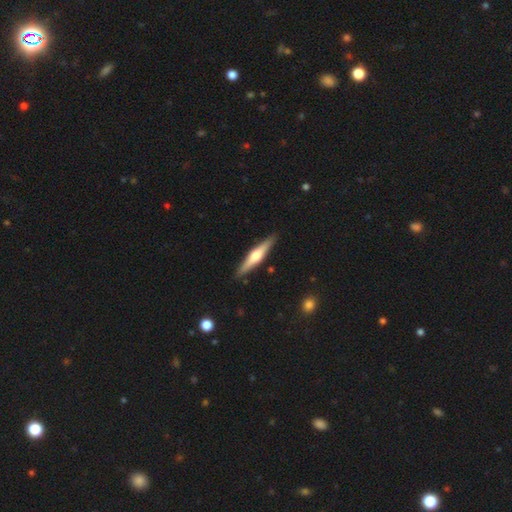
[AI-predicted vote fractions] This appears to be a featured or disk galaxy (64%) viewed edge-on (97%) with a rounded central bulge (90%). Merging: none (90%).